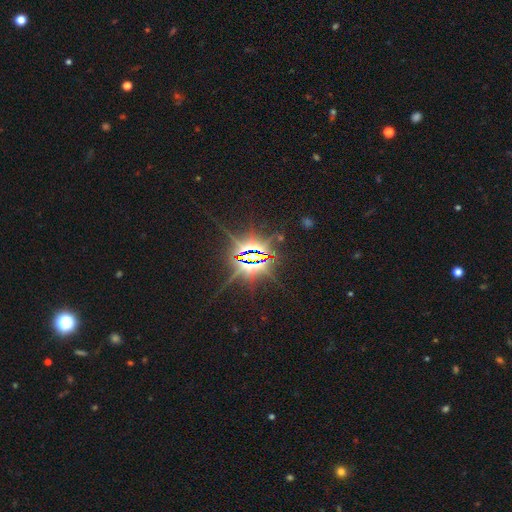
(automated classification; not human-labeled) This appears to be a star or artifact, not a galaxy (85%).